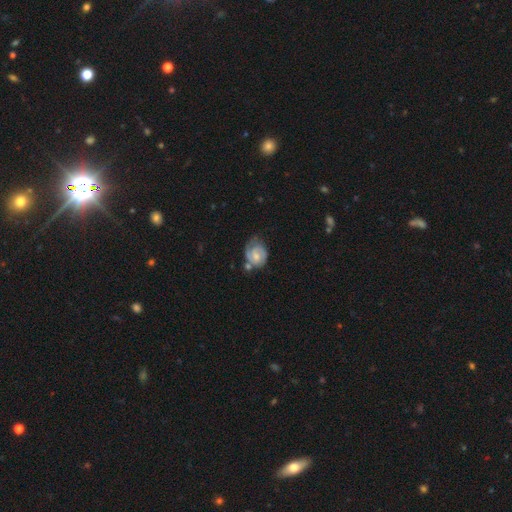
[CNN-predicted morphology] A featured or disk galaxy (71%) with no bar (49%), 2 (62%) tight (53%) spiral arms (90%) and a small central bulge (46%).

Vote fractions:
- Smooth or featured? featured or disk: 71% / smooth: 23% / star or artifact: 6%
- Edge-on disk? no: 98% / yes: 2%
- Bar? no: 49% / weak: 43% / strong: 8%
- Spiral arms? yes: 90% / no: 10%
- Spiral winding? tight: 53% / medium: 36% / loose: 11%
- Spiral arm count? 2: 62% / can't tell: 16% / 1: 13% / 3: 6% / 4: 1% / more than 4: 1%
- Bulge size? small: 46% / moderate: 43% / none: 7% / large: 3% / dominant: 1%
- Merging? none: 48% / minor disturbance: 26% / merger: 13% / major disturbance: 13%